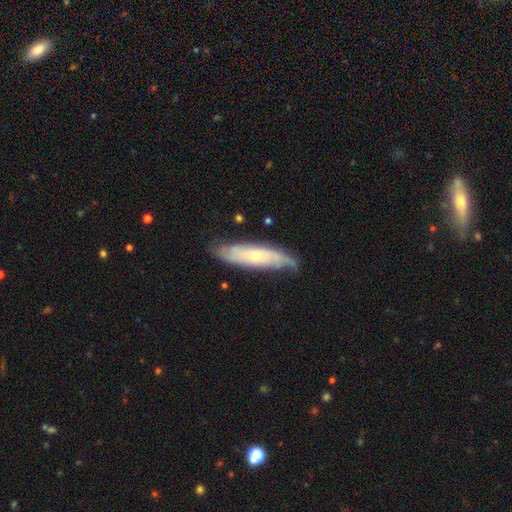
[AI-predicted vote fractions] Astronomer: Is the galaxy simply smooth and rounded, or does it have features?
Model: featured or disk — 72%.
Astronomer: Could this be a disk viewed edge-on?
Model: no — 71%.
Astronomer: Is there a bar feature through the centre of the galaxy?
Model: no — 75%.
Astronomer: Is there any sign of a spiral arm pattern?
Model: yes — 89%.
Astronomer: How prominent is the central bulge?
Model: small — 65%.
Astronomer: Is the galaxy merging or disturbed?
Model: none — 72%.